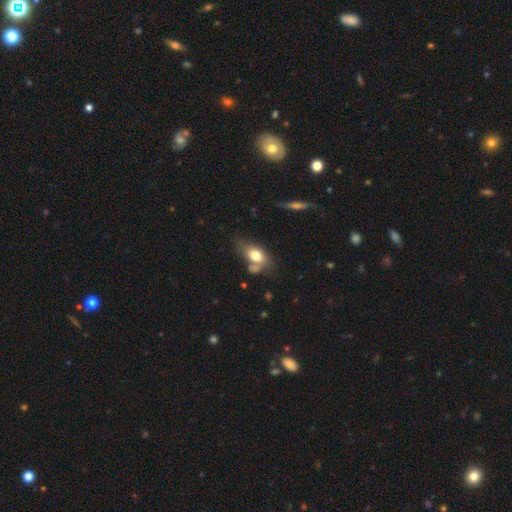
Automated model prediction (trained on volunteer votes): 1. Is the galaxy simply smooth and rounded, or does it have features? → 75% smooth, 17% featured or disk, 8% star or artifact.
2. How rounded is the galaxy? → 84% in between, 12% round, 4% cigar-shaped.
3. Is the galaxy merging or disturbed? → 42% none, 26% merger, 21% minor disturbance, 11% major disturbance.